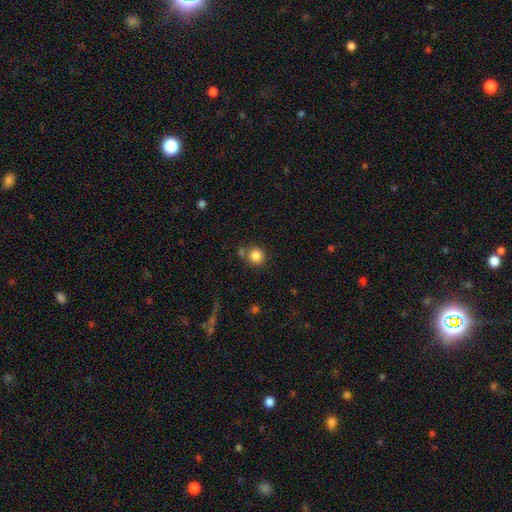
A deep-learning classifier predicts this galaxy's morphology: The model was most divided on "merging": none: 72%, merger: 13%, minor disturbance: 11%, major disturbance: 4%. More confident: how rounded — round (89%); smooth or featured — smooth (84%).